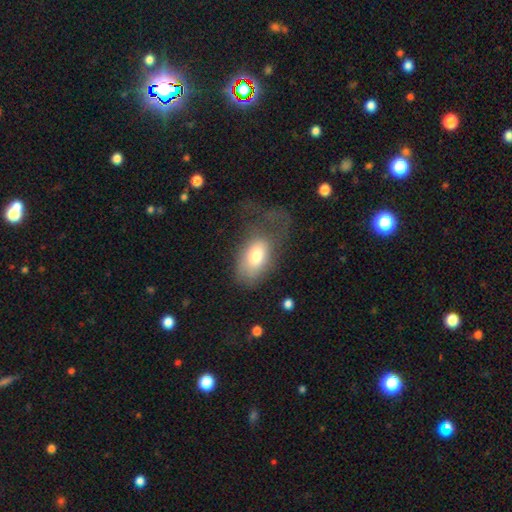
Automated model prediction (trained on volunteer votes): Smooth or featured?
  - smooth: 73% *
  - featured or disk: 20%
  - star or artifact: 7%
How rounded?
  - in between: 90% *
  - round: 8%
  - cigar-shaped: 2%
Merging?
  - major disturbance: 50% *
  - none: 26%
  - minor disturbance: 21%
  - merger: 3%